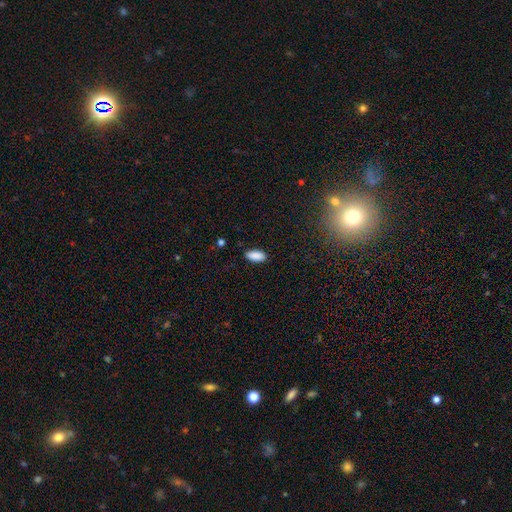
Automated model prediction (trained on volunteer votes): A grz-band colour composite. It shows a smooth galaxy with no disk features (89%) that is in between round and cigar-shaped (86%). Merging: none (87%).